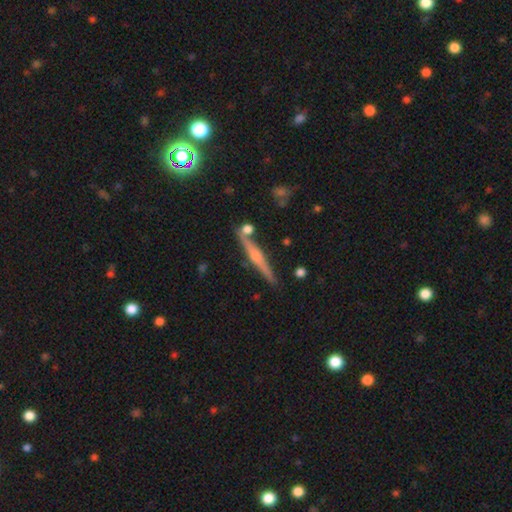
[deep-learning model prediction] A featured or disk galaxy (71%) viewed edge-on (97%) with a rounded central bulge (75%).

Vote fractions:
- Smooth or featured? featured or disk: 71% / smooth: 21% / star or artifact: 8%
- Edge-on disk? yes: 97% / no: 3%
- Edge-on bulge? rounded: 75% / none: 13% / boxy: 12%
- Merging? none: 83% / minor disturbance: 9% / merger: 5% / major disturbance: 2%